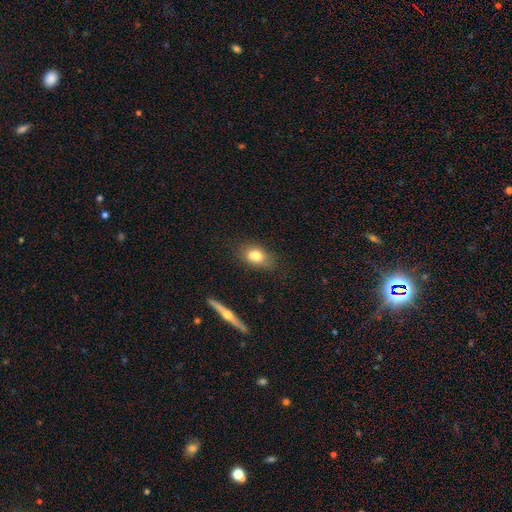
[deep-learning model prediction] This is likely a smooth galaxy (77%). How rounded: likely in between (80%). Merging: likely none (74%).